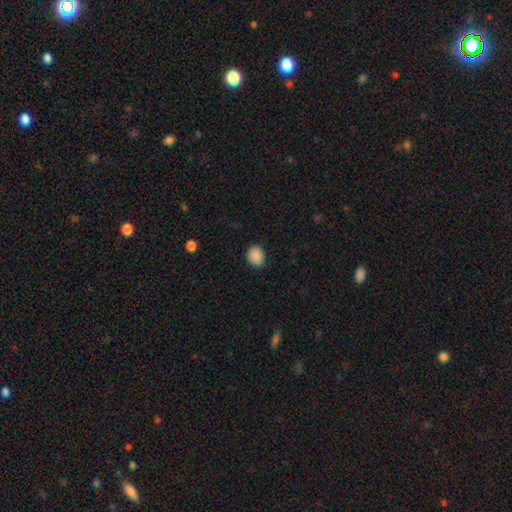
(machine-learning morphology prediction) smooth-or-featured: smooth: 88% | star or artifact: 9% | featured or disk: 3%
  how-rounded: round: 74% | in between: 25% | cigar-shaped: 1%
  merging: none: 85% | minor disturbance: 12% | major disturbance: 3% | merger: 1%